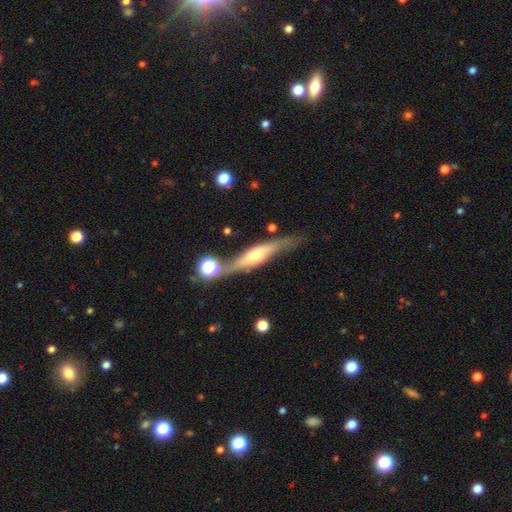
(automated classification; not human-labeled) Morphology: type=featured or disk (72%); edge-on=yes (85%); edge-on bulge=rounded (80%); merging=none (68%).